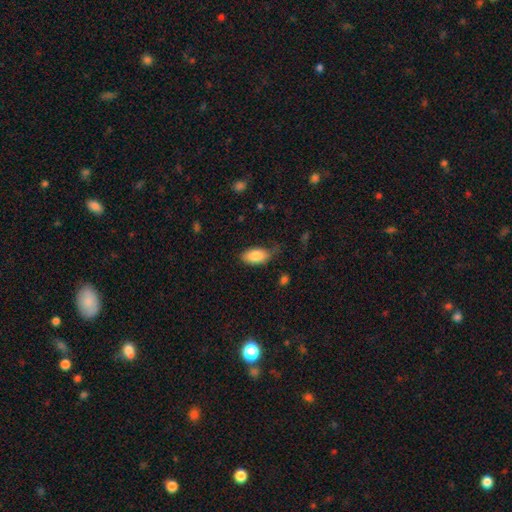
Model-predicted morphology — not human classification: type=smooth (84%); roundness=in between (94%); merging=none (62%).